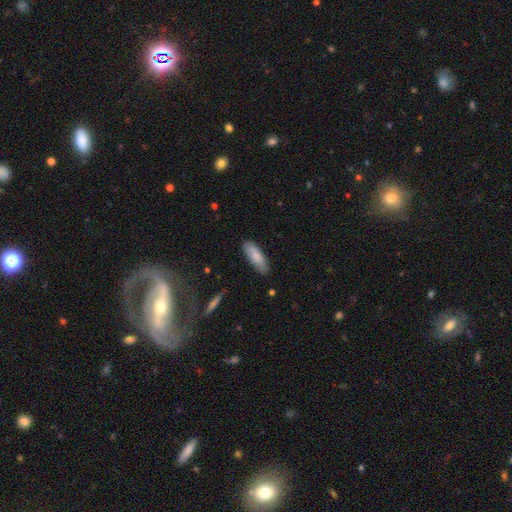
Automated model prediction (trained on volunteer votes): Q: Smooth or featured?
A: smooth (83%); runner-up: featured or disk (11%)
Q: How rounded?
A: in between (65%); runner-up: cigar-shaped (34%)
Q: Merging?
A: none (85%); runner-up: minor disturbance (12%)